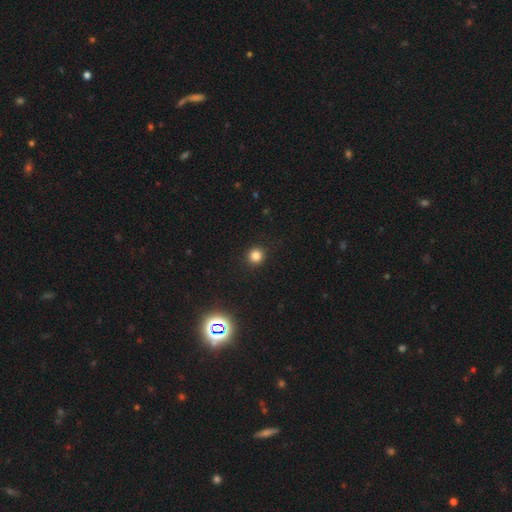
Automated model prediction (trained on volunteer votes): Smooth or featured? Predicted: smooth (p=0.81). How rounded? Predicted: round (p=0.94). Merging? Predicted: none (p=0.92).